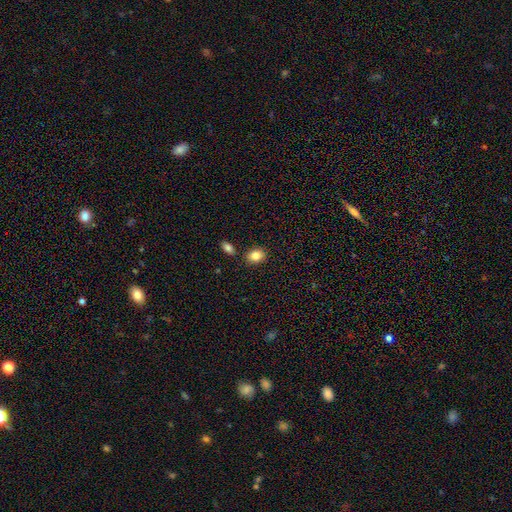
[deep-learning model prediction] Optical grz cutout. It shows a smooth galaxy with no disk features (83%) that is in between round and cigar-shaped (63%). Merging: none (81%).